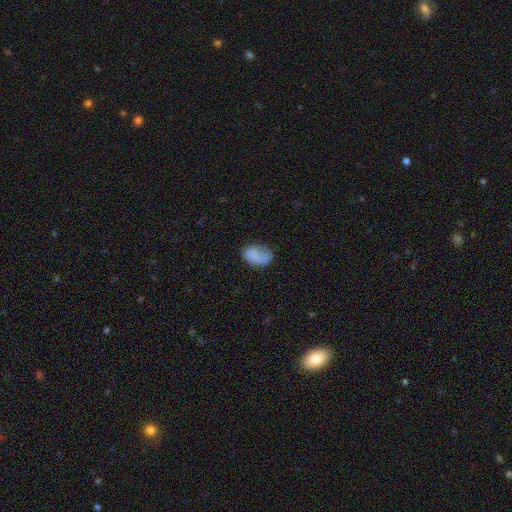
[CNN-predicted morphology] Q: Smooth or featured?
A: smooth (79%); runner-up: featured or disk (13%)
Q: How rounded?
A: in between (88%); runner-up: round (11%)
Q: Merging?
A: none (59%); runner-up: minor disturbance (27%)